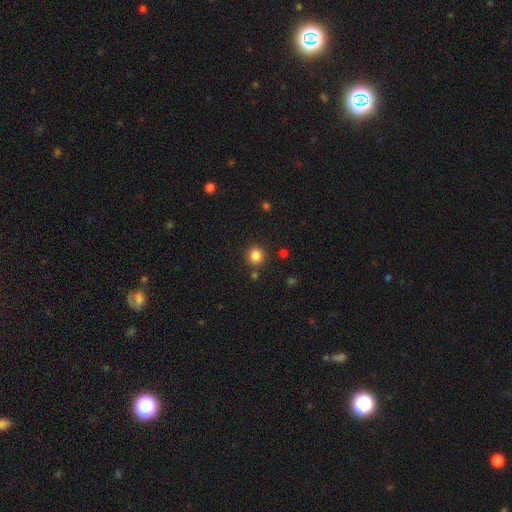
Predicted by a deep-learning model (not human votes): A smooth galaxy with no disk features (85%) that is round (92%). Merging: none (86%).